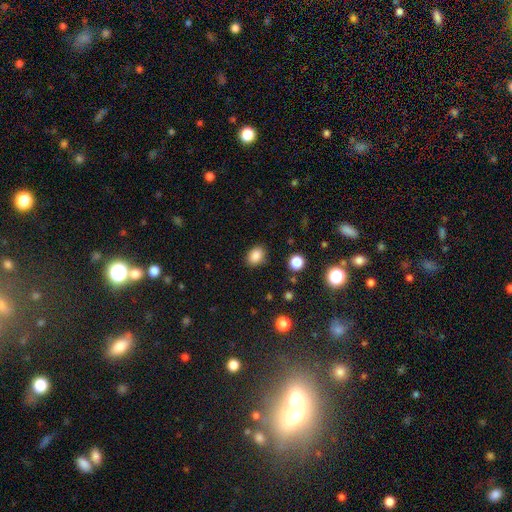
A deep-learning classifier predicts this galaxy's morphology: This appears to be a smooth galaxy with no disk features (85%) that is in between round and cigar-shaped (65%). Merging: none (86%).